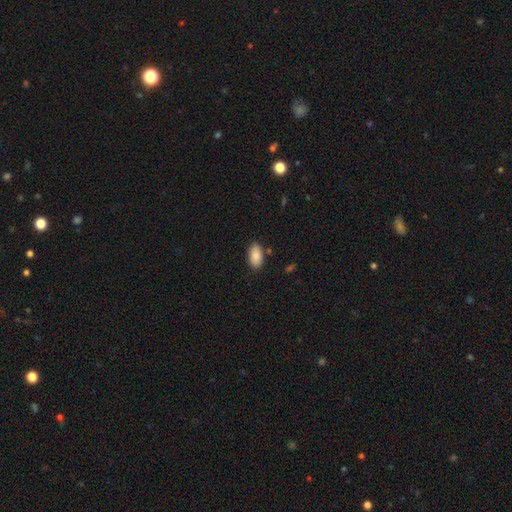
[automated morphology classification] Smooth or featured? Predicted: smooth (p=0.85). How rounded? Predicted: in between (p=0.94). Merging? Predicted: none (p=0.83).